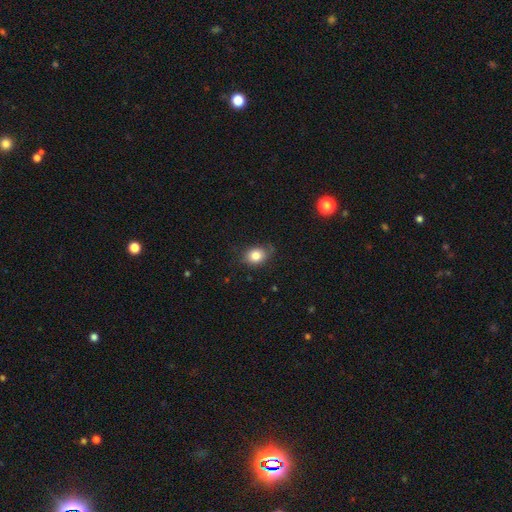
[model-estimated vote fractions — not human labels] Smooth or featured?
  - smooth: 81% *
  - featured or disk: 10%
  - star or artifact: 10%
How rounded?
  - in between: 57% *
  - round: 42%
  - cigar-shaped: 1%
Merging?
  - none: 72% *
  - minor disturbance: 22%
  - major disturbance: 5%
  - merger: 1%